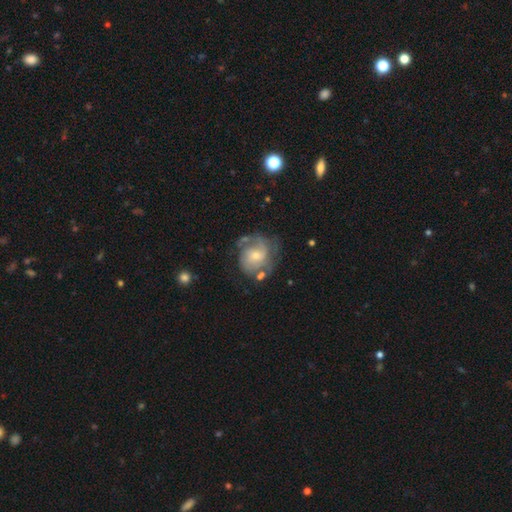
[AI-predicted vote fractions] Smooth or featured? Predicted: featured or disk (p=0.74). Edge-on disk? Predicted: no (p=0.98). Bar? Predicted: no (p=0.64). Spiral arms? Predicted: yes (p=0.89). Spiral winding? Predicted: medium (p=0.42). Spiral arm count? Predicted: 2 (p=0.48). Bulge size? Predicted: small (p=0.56). Merging? Predicted: none (p=0.57).